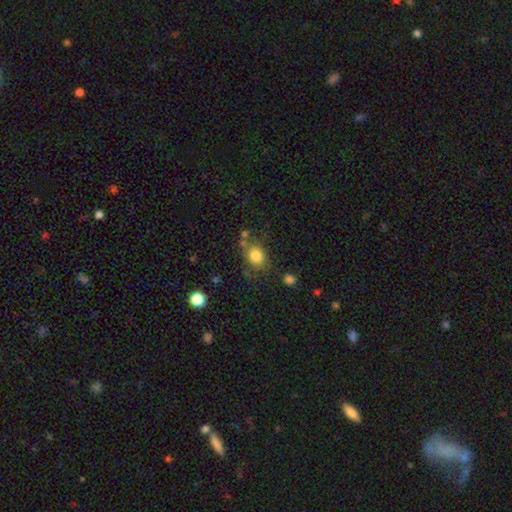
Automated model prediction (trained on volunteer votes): A smooth galaxy with no disk features (82%) that is round (64%). Merging: none (71%).